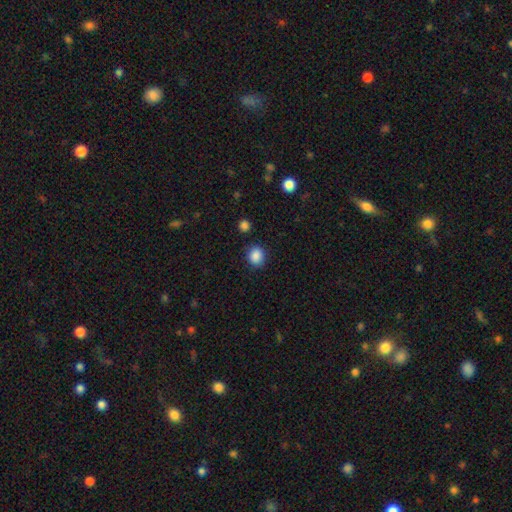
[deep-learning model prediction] Morphology: type=smooth (87%); roundness=round (70%); merging=none (86%).